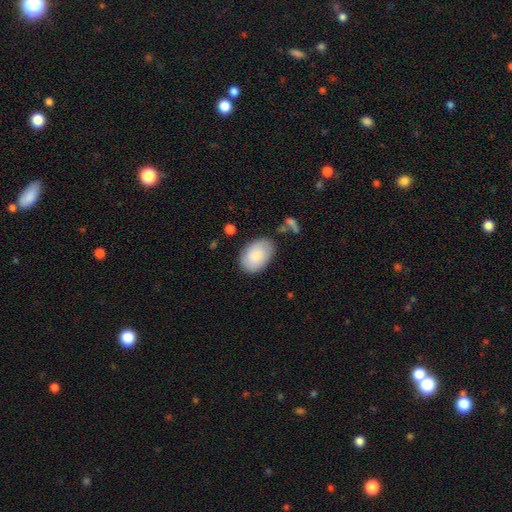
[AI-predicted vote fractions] Q: Smooth or featured?
A: smooth (84%); runner-up: featured or disk (10%)
Q: How rounded?
A: in between (87%); runner-up: round (12%)
Q: Merging?
A: none (77%); runner-up: minor disturbance (16%)